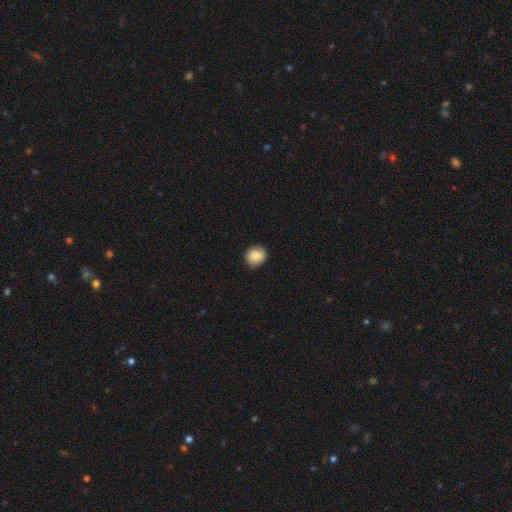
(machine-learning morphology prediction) A smooth galaxy with no disk features (84%) that is round (78%). Merging: none (87%).